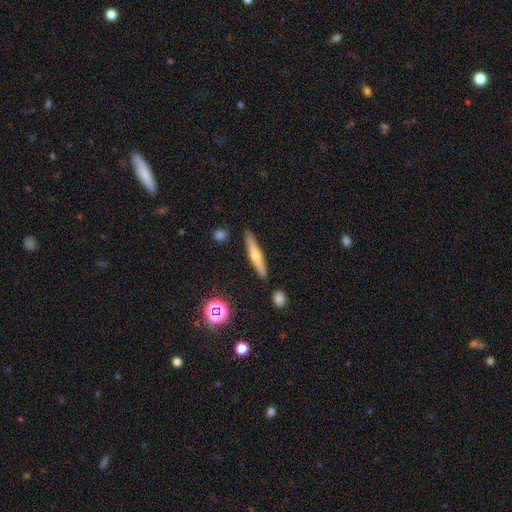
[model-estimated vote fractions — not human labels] A featured or disk galaxy (49%). Merging: none (88%).